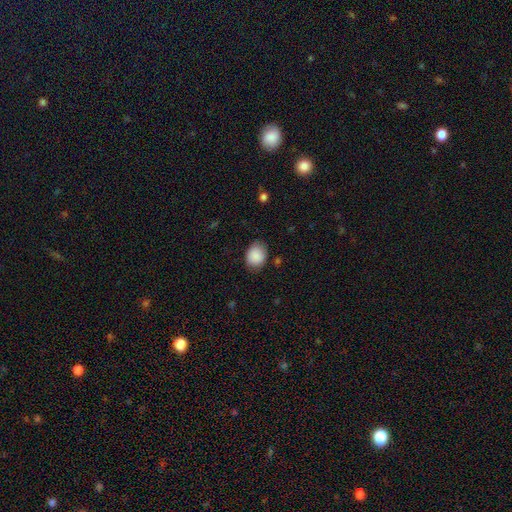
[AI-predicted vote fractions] Smooth or featured? smooth (89%)
How rounded? in between (52%)
Merging? none (79%)